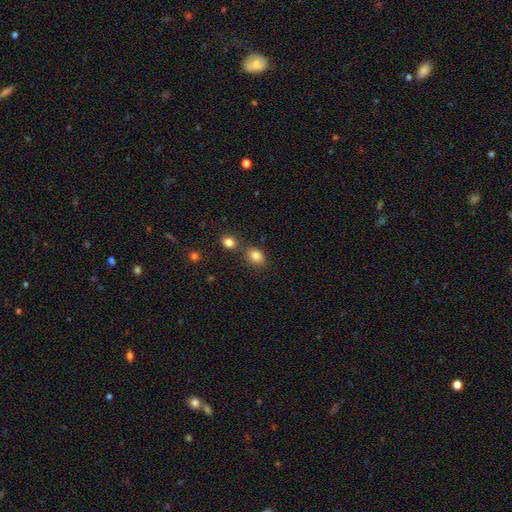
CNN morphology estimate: smooth 83%, star or artifact 11%, featured or disk 6%. Down the decision tree: how rounded — in between (58%); merging — none (68%).